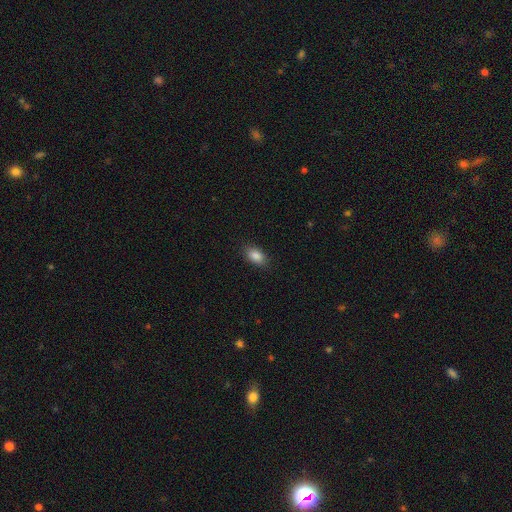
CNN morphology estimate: This appears to be a smooth galaxy with no disk features (86%) that is in between round and cigar-shaped (89%). Merging: none (86%).